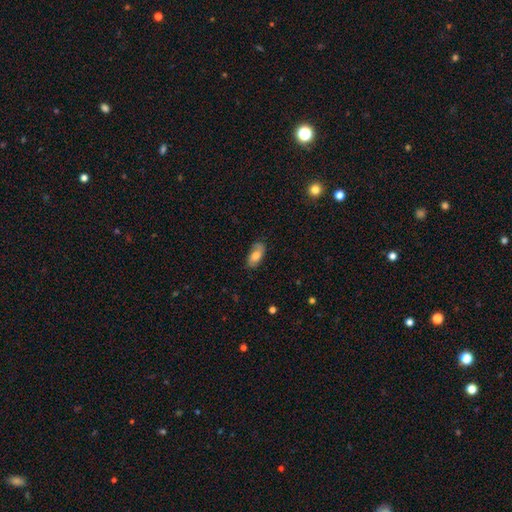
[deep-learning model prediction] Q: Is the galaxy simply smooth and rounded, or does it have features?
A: smooth — 73%.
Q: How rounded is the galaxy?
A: in between — 89%.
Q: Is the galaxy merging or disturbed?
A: none — 76%.